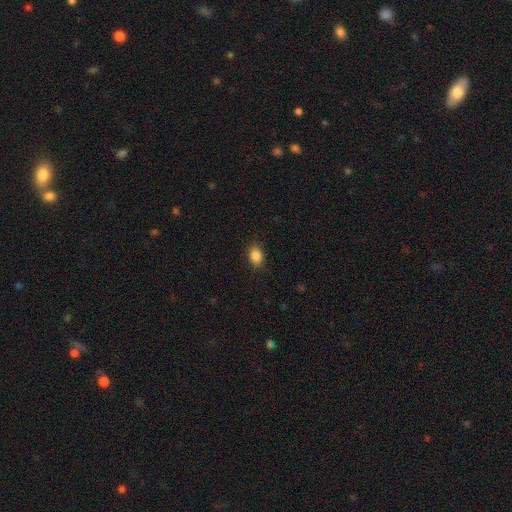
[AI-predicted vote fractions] This is clearly a smooth galaxy (87%). How rounded: likely in between (70%). Merging: clearly none (86%).